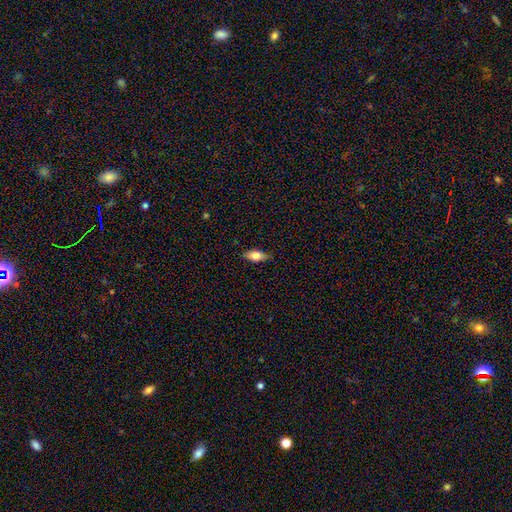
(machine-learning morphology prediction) This is likely a smooth galaxy (67%). How rounded: clearly in between (82%). Merging: clearly none (85%).